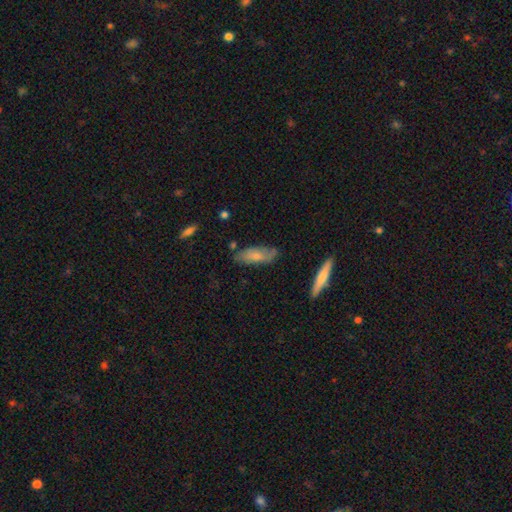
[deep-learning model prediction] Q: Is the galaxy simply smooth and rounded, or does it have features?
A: smooth — 64%.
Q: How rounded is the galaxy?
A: in between — 64%.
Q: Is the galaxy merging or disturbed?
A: none — 68%.